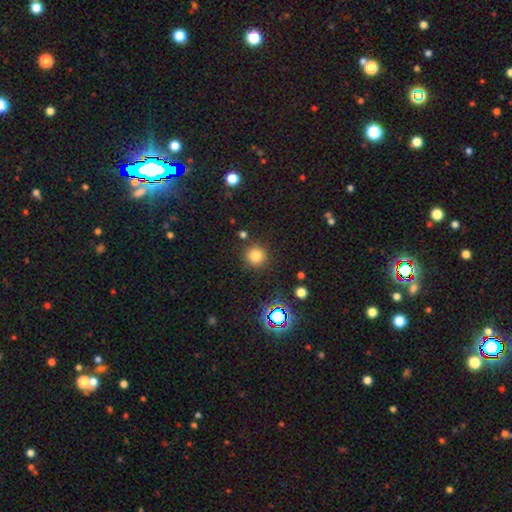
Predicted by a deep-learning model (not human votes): This appears to be a smooth galaxy with no disk features (77%) that is round (95%). Merging: none (88%).